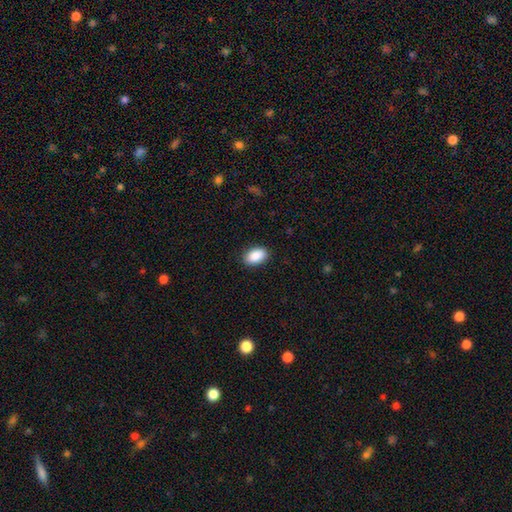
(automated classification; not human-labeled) A smooth galaxy with no disk features (90%) that is in between round and cigar-shaped (92%).

Vote fractions:
- Smooth or featured? smooth: 90% / star or artifact: 7% / featured or disk: 3%
- How rounded? in between: 92% / round: 6% / cigar-shaped: 1%
- Merging? none: 88% / minor disturbance: 9% / major disturbance: 2% / merger: 1%